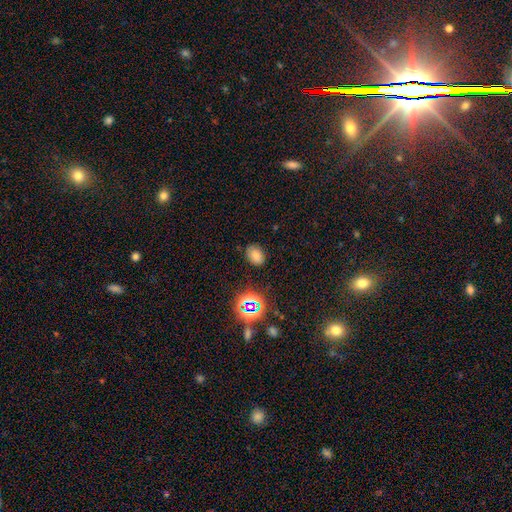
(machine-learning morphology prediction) Overall: smooth (71%). How rounded: in between (75%). Merging: none (82%).